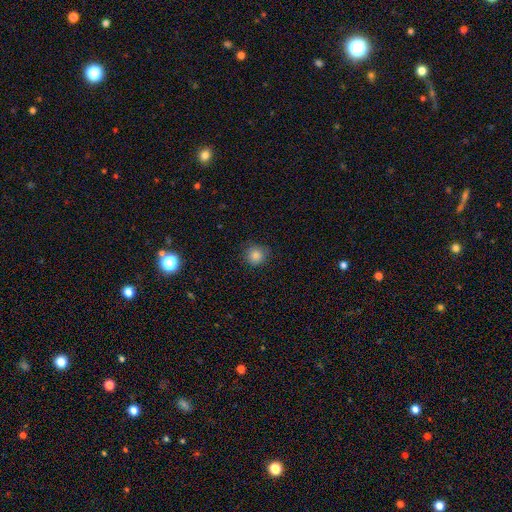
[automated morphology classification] smooth_or_featured: smooth (p=0.84) [alt: star or artifact p=0.12]
how_rounded: round (p=0.91) [alt: in between p=0.08]
merging: none (p=0.84) [alt: minor disturbance p=0.12]